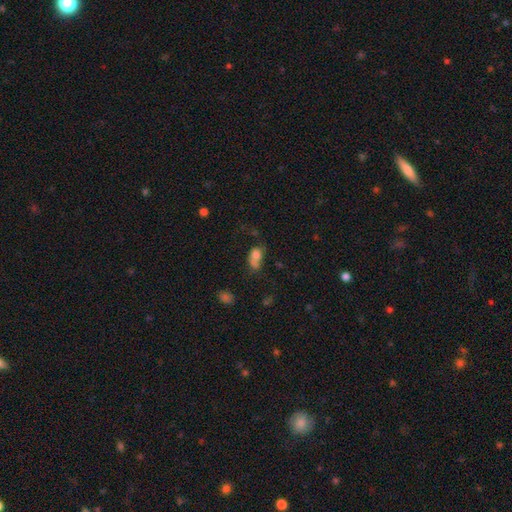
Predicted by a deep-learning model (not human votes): The model was most divided on "merging": merger: 38%, none: 26%, minor disturbance: 19%, major disturbance: 17%. More confident: smooth or featured — smooth (73%); how rounded — in between (65%).